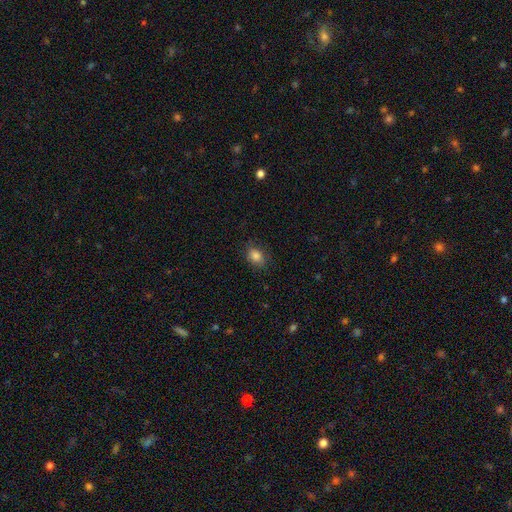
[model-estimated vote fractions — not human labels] smooth-or-featured: smooth: 84% | star or artifact: 10% | featured or disk: 6%
  how-rounded: in between: 67% | round: 32% | cigar-shaped: 1%
  merging: none: 80% | minor disturbance: 15% | major disturbance: 4% | merger: 1%